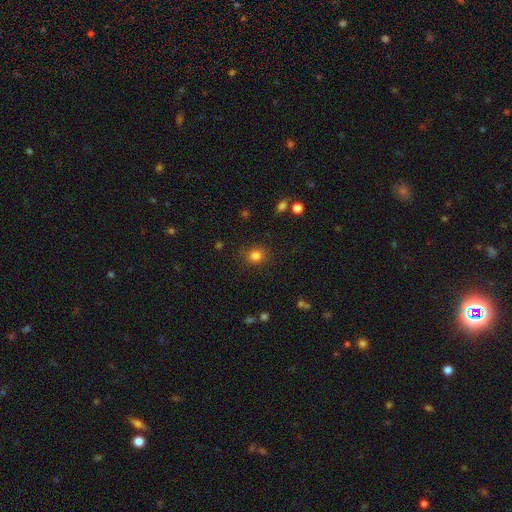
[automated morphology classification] A smooth galaxy with no disk features (83%) that is round (80%).

Vote fractions:
- Smooth or featured? smooth: 83% / star or artifact: 12% / featured or disk: 5%
- How rounded? round: 80% / in between: 19% / cigar-shaped: 1%
- Merging? none: 87% / minor disturbance: 9% / major disturbance: 3% / merger: 1%